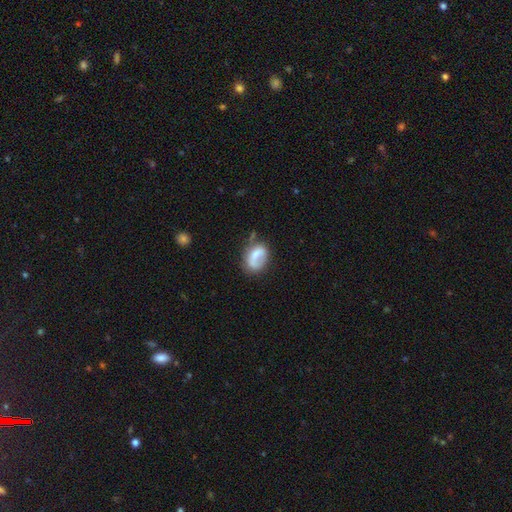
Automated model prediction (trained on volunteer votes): Morphology: type=smooth (58%); roundness=in between (73%); merging=none (41%).